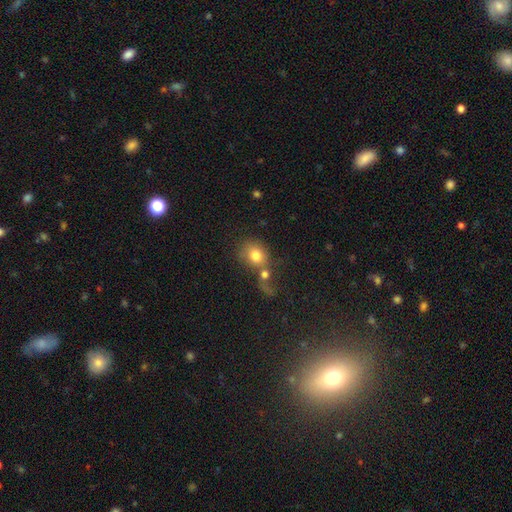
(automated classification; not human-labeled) This is likely a smooth galaxy (77%). How rounded: likely round (69%). Merging: marginally merger (43%).